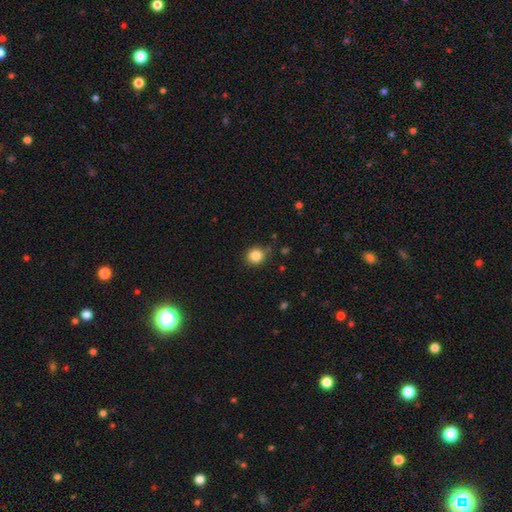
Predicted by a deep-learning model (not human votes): Smooth or featured? Predicted: smooth (p=0.85). How rounded? Predicted: round (p=0.81). Merging? Predicted: none (p=0.83).